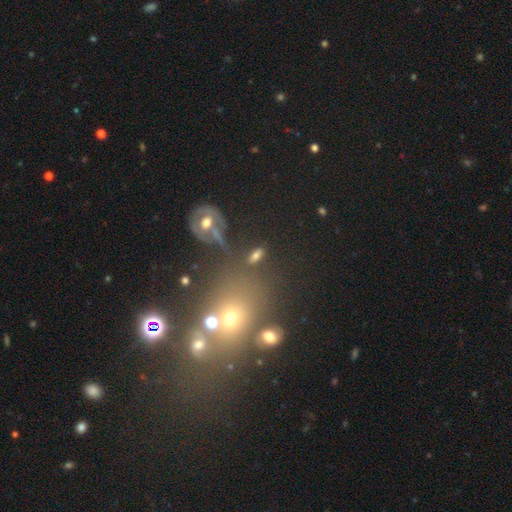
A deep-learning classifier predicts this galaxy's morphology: Smooth or featured? smooth (70%)
How rounded? in between (78%)
Merging? none (72%)